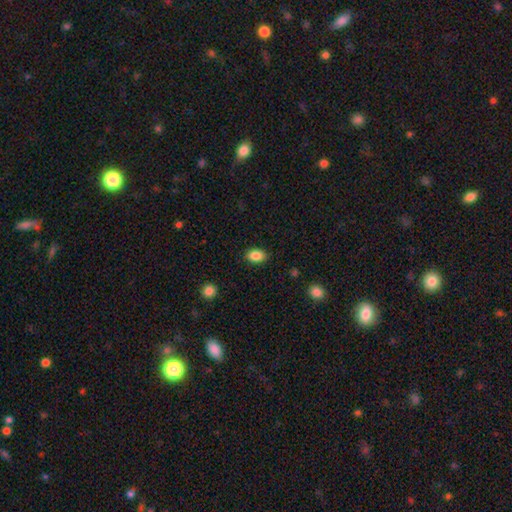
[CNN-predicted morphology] smooth-or-featured: smooth: 87% | star or artifact: 8% | featured or disk: 4%
  how-rounded: in between: 85% | round: 14% | cigar-shaped: 1%
  merging: none: 87% | minor disturbance: 9% | major disturbance: 2% | merger: 1%